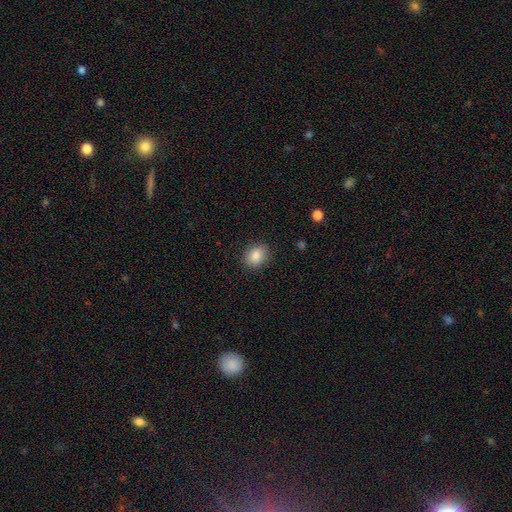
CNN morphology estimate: Smooth or featured?
  - smooth: 87% *
  - star or artifact: 9%
  - featured or disk: 5%
How rounded?
  - in between: 53% *
  - round: 46%
  - cigar-shaped: 1%
Merging?
  - none: 87% *
  - minor disturbance: 9%
  - major disturbance: 3%
  - merger: 1%